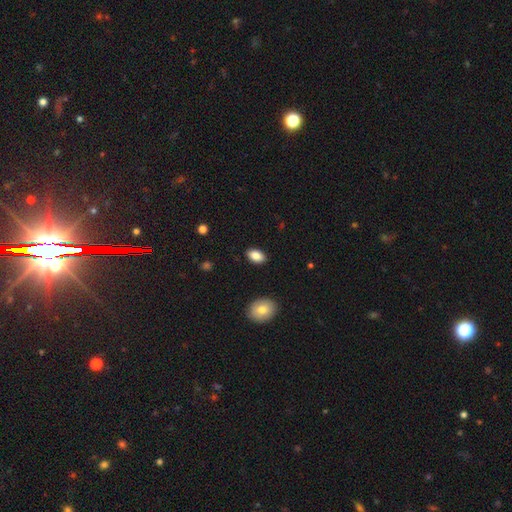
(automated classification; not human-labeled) A smooth galaxy with no disk features (85%) that is in between round and cigar-shaped (92%).

Vote fractions:
- Smooth or featured? smooth: 85% / featured or disk: 8% / star or artifact: 8%
- How rounded? in between: 92% / round: 6% / cigar-shaped: 2%
- Merging? none: 89% / minor disturbance: 8% / major disturbance: 2% / merger: 1%